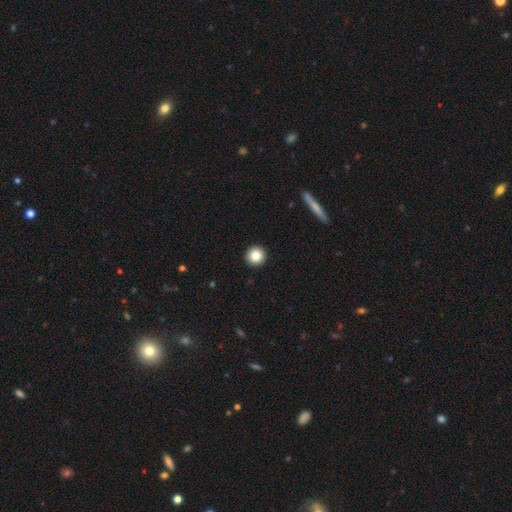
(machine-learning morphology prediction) Smooth or featured? smooth (85%)
How rounded? round (96%)
Merging? none (93%)